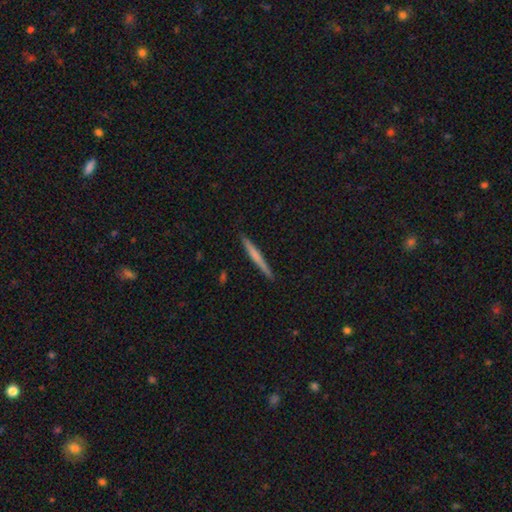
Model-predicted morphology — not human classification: smooth-or-featured: smooth: 55% | featured or disk: 39% | star or artifact: 6%
  how-rounded: cigar-shaped: 97% | in between: 2% | round: 1%
  merging: none: 91% | minor disturbance: 7% | major disturbance: 1% | merger: 1%